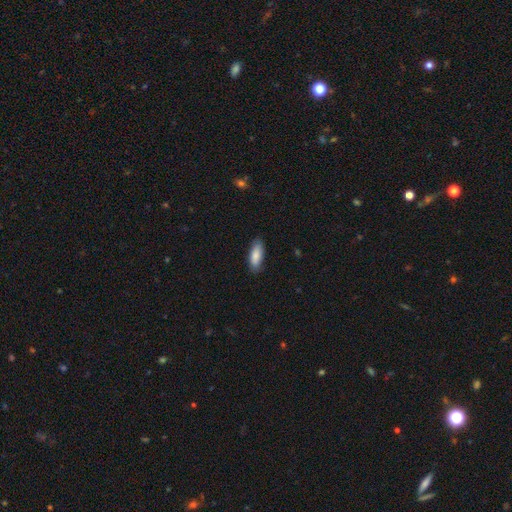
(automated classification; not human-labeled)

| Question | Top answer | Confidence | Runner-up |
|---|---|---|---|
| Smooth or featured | smooth | 86% | featured or disk (9%) |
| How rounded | in between | 71% | cigar-shaped (28%) |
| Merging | none | 84% | minor disturbance (12%) |